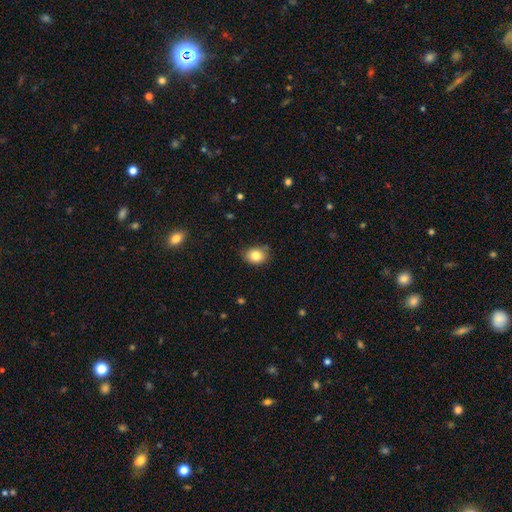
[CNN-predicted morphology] This appears to be a smooth galaxy with no disk features (82%) that is in between round and cigar-shaped (52%). Merging: none (78%).